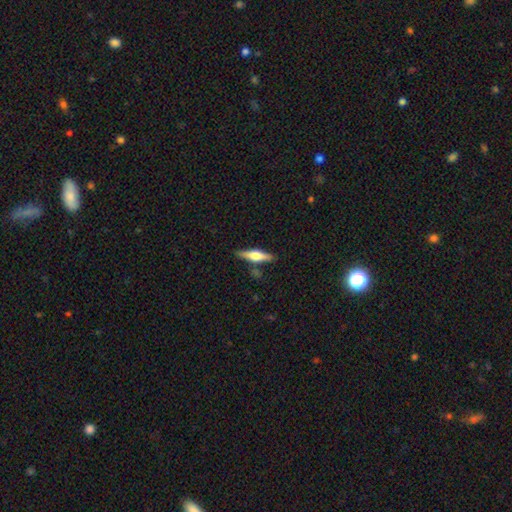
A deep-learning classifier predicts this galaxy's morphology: This is possibly a featured or disk galaxy (55%). It is clearly viewed edge-on (96%). Edge-on bulge: clearly rounded (89%). Merging: clearly none (82%).